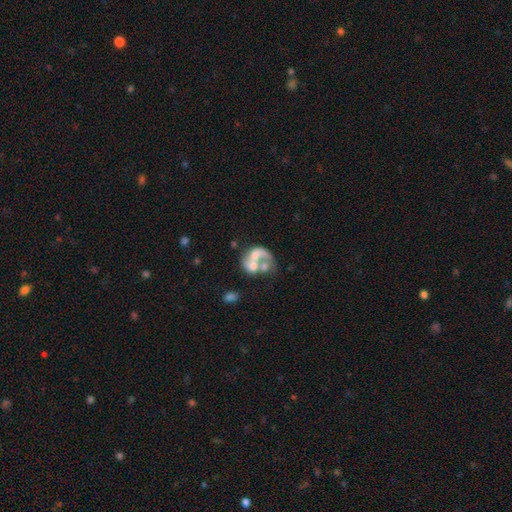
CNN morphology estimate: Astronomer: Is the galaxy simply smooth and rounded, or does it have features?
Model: featured or disk — 62%.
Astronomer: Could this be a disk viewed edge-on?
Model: no — 98%.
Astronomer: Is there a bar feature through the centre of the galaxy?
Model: no — 81%.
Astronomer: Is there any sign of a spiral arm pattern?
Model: no — 55% (runner-up: yes, 45%).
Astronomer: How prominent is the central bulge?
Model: none — 39% (runner-up: moderate, 30%).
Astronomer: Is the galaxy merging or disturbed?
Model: merger — 53%.